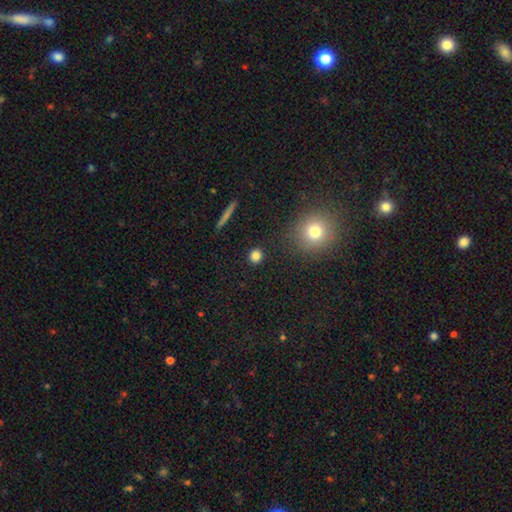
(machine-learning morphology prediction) Smooth or featured? smooth (83%)
How rounded? round (90%)
Merging? none (90%)